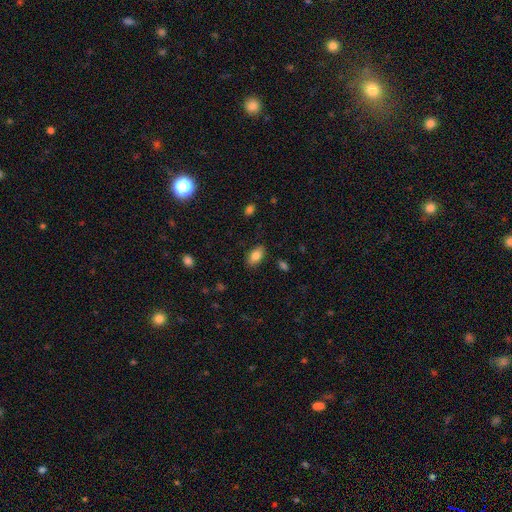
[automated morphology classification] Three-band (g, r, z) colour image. It shows a smooth galaxy with no disk features (83%) that is in between round and cigar-shaped (92%). Merging: none (85%).